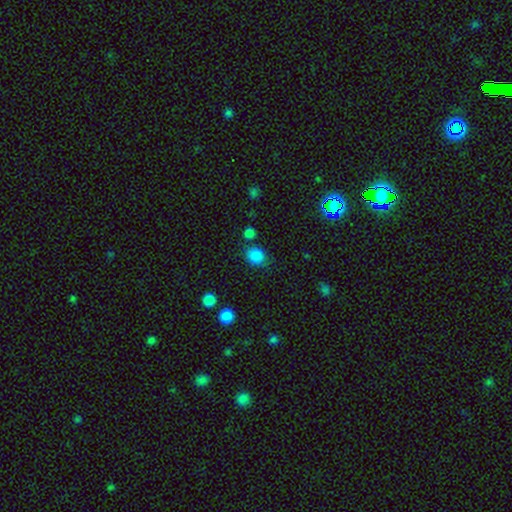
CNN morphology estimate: The model was most divided on "how rounded": round: 72%, in between: 27%, cigar-shaped: 1%. More confident: smooth or featured — smooth (86%); merging — none (75%).